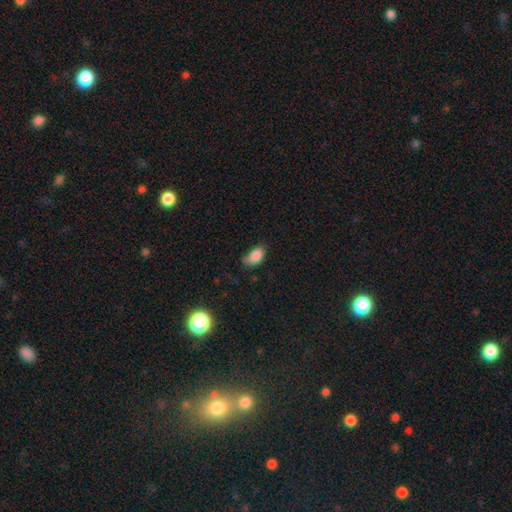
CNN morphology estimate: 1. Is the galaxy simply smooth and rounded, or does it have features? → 85% smooth, 9% star or artifact, 6% featured or disk.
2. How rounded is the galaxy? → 91% in between, 7% round, 2% cigar-shaped.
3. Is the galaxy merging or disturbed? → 53% none, 35% minor disturbance, 10% major disturbance, 3% merger.